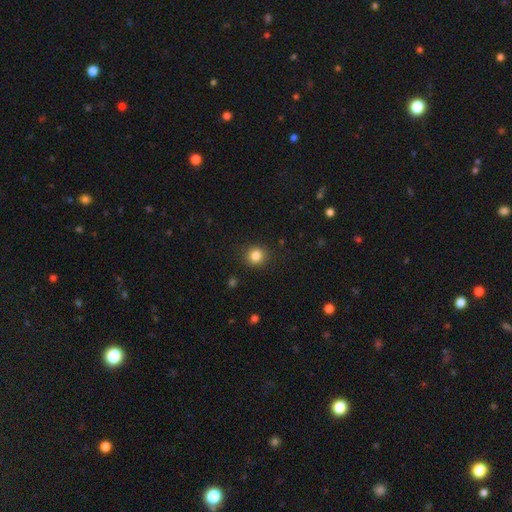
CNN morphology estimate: The model was most divided on "smooth or featured": smooth: 84%, star or artifact: 11%, featured or disk: 5%. More confident: merging — none (90%); how rounded — round (88%).